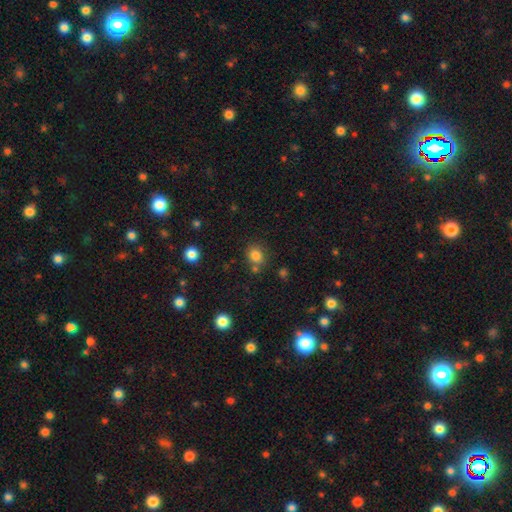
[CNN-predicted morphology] Overall: smooth (81%). How rounded: round (73%). Merging: none (72%).